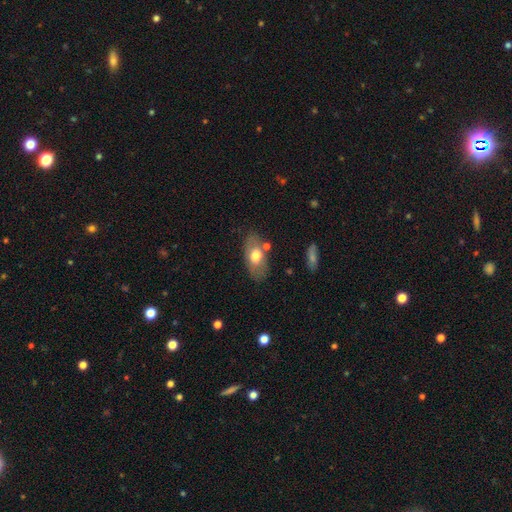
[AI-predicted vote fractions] Smooth or featured?
  - smooth: 65% *
  - featured or disk: 29%
  - star or artifact: 6%
How rounded?
  - in between: 90% *
  - round: 6%
  - cigar-shaped: 4%
Merging?
  - none: 73% *
  - minor disturbance: 16%
  - merger: 7%
  - major disturbance: 4%